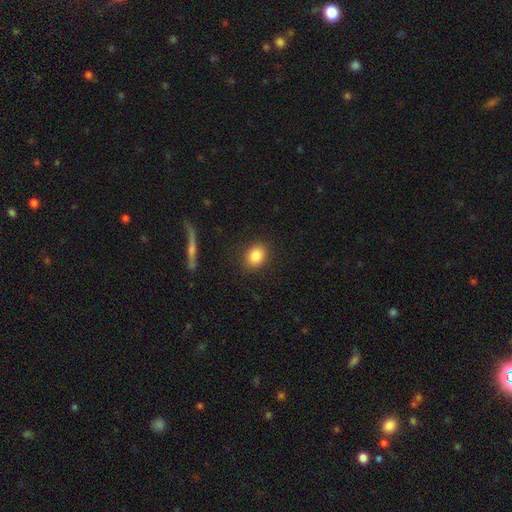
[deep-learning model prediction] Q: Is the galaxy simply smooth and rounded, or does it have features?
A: smooth — 86%.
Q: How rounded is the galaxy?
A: in between — 49%, tied with round.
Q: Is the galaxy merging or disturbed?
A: none — 87%.